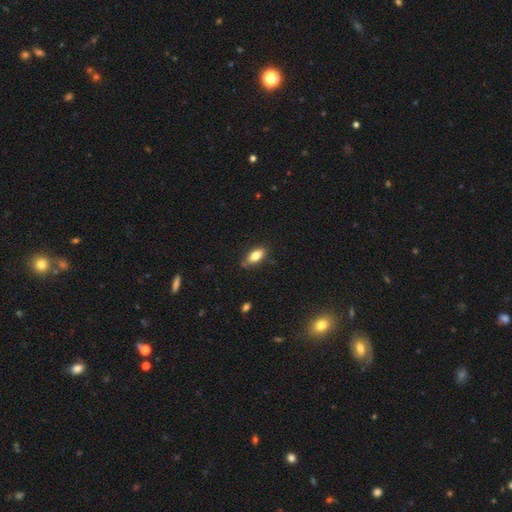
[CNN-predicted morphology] This appears to be a smooth galaxy with no disk features (79%) that is in between round and cigar-shaped (87%). Merging: none (79%).